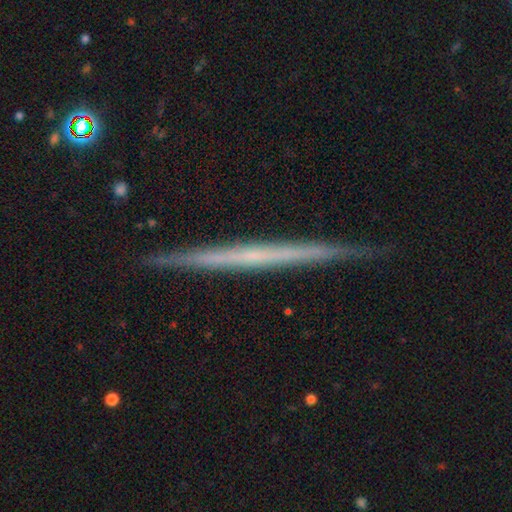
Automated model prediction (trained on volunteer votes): smooth-or-featured: featured or disk: 68% | smooth: 25% | star or artifact: 7%
  disk-edge-on: yes: 98% | no: 2%
    edge-on-bulge: none: 90% | rounded: 7% | boxy: 3%
  merging: none: 90% | minor disturbance: 7% | major disturbance: 1% | merger: 1%